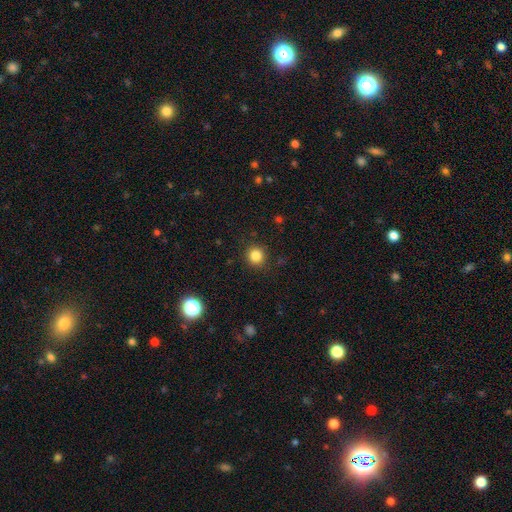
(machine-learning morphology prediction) smooth-or-featured: smooth: 84% | star or artifact: 12% | featured or disk: 5%
  how-rounded: round: 94% | in between: 5% | cigar-shaped: 1%
  merging: none: 90% | minor disturbance: 6% | major disturbance: 2% | merger: 1%